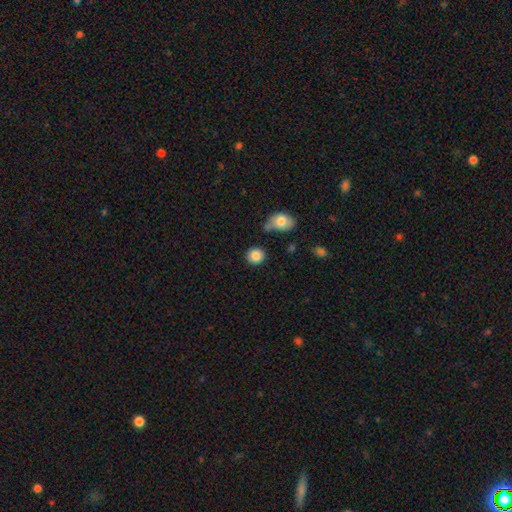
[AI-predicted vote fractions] This is clearly a smooth galaxy (86%). How rounded: clearly round (87%). Merging: likely none (78%).